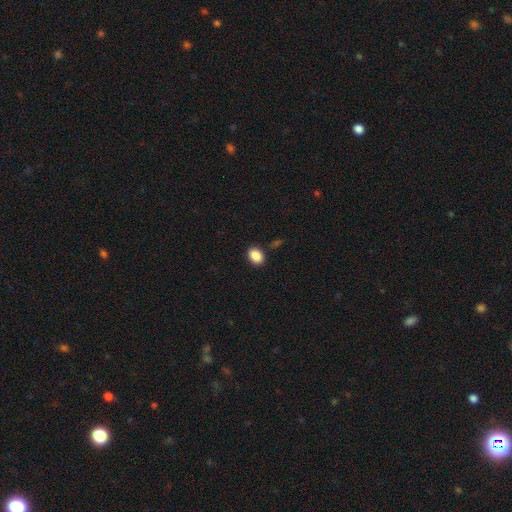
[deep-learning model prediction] Q: Smooth or featured?
A: smooth (88%); runner-up: star or artifact (8%)
Q: How rounded?
A: in between (65%); runner-up: round (34%)
Q: Merging?
A: none (86%); runner-up: minor disturbance (8%)